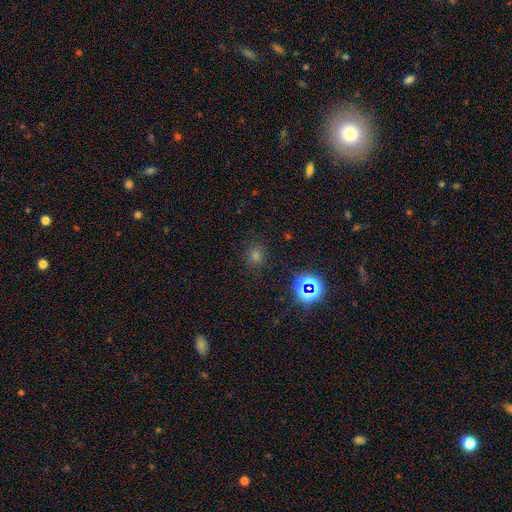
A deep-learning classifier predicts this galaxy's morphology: A smooth galaxy with no disk features (62%) that is round (83%). Merging: none (86%).